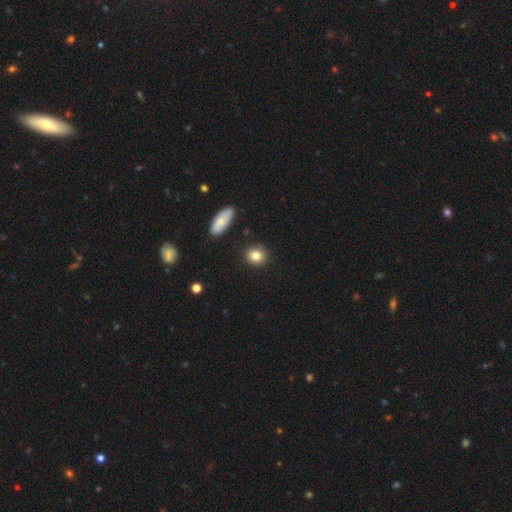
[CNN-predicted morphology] smooth_or_featured: smooth (p=0.84) [alt: star or artifact p=0.09]
how_rounded: round (p=0.76) [alt: in between p=0.22]
merging: none (p=0.89) [alt: minor disturbance p=0.07]